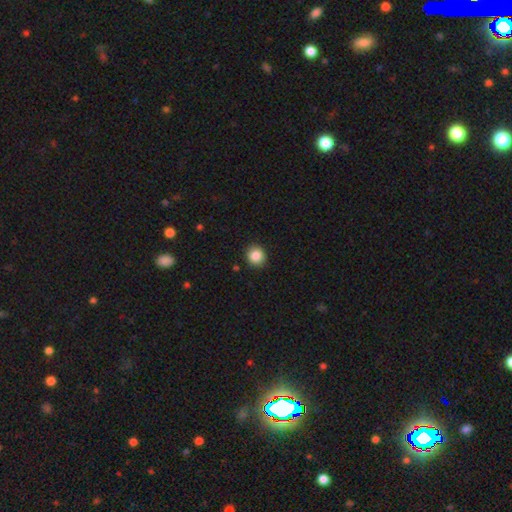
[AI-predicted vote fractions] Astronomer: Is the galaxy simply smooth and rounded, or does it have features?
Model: smooth — 87%.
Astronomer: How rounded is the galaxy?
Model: round — 83%.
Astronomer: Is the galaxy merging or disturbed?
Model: none — 89%.